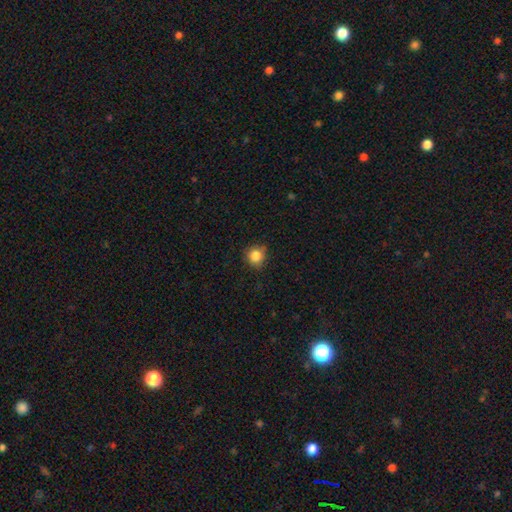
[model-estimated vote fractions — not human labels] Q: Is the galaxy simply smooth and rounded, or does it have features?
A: smooth — 84%.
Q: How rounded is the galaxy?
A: round — 90%.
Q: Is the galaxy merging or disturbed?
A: none — 80%.